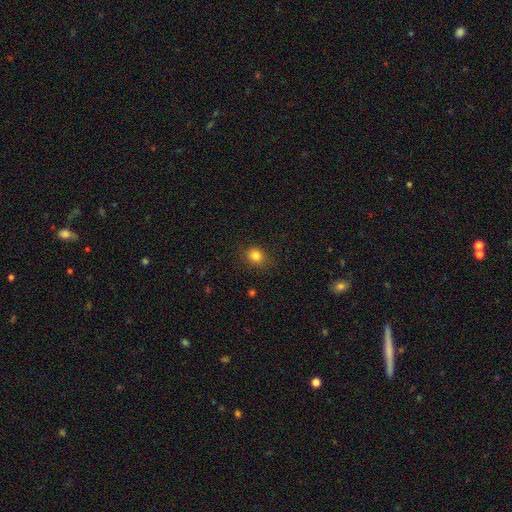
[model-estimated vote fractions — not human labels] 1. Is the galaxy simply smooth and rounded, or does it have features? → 83% smooth, 12% star or artifact, 5% featured or disk.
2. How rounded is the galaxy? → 71% round, 28% in between, 1% cigar-shaped.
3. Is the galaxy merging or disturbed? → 86% none, 10% minor disturbance, 3% major disturbance, 1% merger.